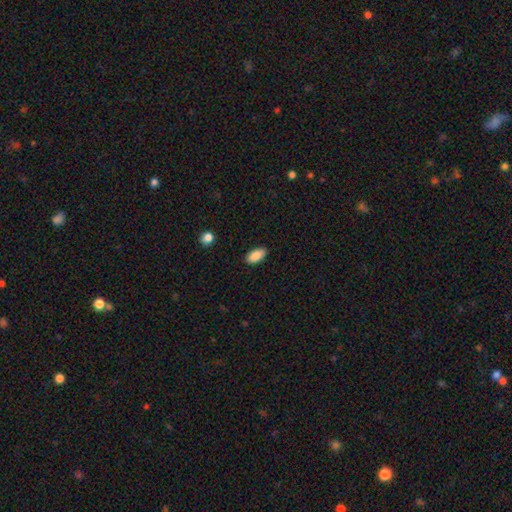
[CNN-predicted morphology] A smooth galaxy with no disk features (89%) that is in between round and cigar-shaped (92%).

Vote fractions:
- Smooth or featured? smooth: 89% / star or artifact: 7% / featured or disk: 4%
- How rounded? in between: 92% / cigar-shaped: 5% / round: 3%
- Merging? none: 86% / minor disturbance: 10% / major disturbance: 2% / merger: 1%